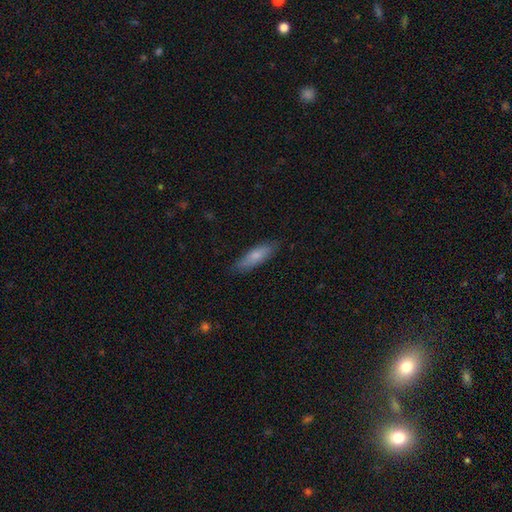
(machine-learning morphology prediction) This appears to be a smooth galaxy with no disk features (73%) that is cigar-shaped (58%). Merging: none (81%).